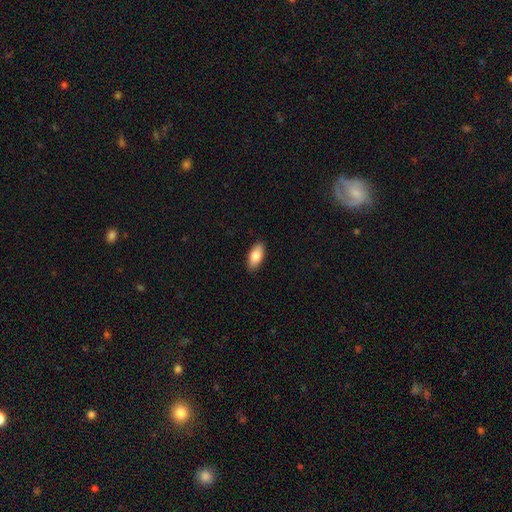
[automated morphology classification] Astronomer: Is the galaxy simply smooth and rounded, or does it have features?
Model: smooth — 82%.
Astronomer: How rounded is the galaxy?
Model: in between — 90%.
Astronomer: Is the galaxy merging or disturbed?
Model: none — 89%.